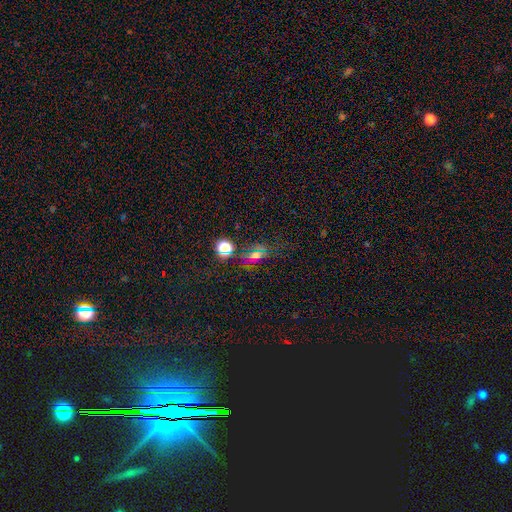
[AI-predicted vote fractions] Smooth or featured? Predicted: smooth (p=0.46). Merging? Predicted: none (p=0.64).